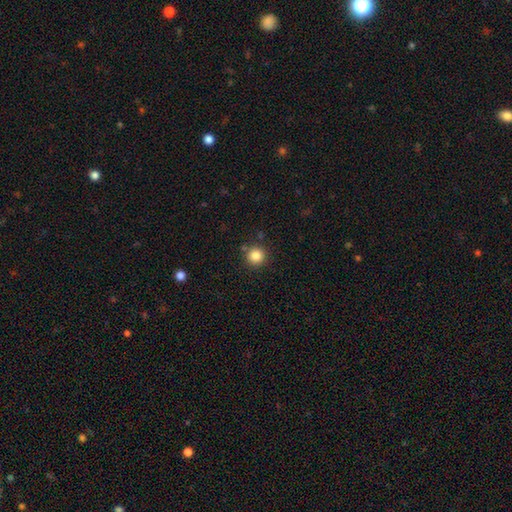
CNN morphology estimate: smooth_or_featured: smooth (p=0.84) [alt: star or artifact p=0.11]
how_rounded: round (p=0.94) [alt: in between p=0.05]
merging: none (p=0.87) [alt: minor disturbance p=0.07]